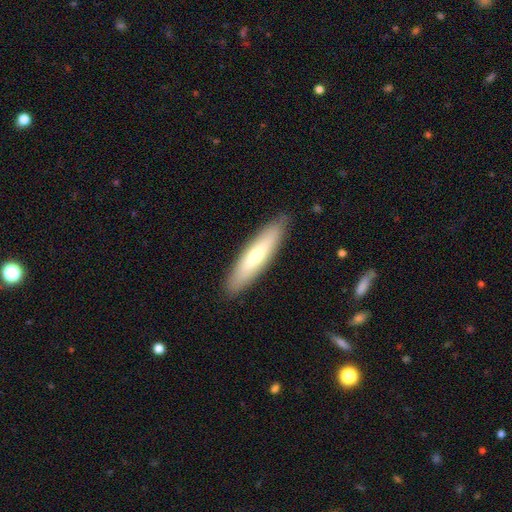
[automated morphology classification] smooth 58%, featured or disk 36%, star or artifact 5%. Down the decision tree: how rounded — cigar-shaped (76%); merging — none (87%).